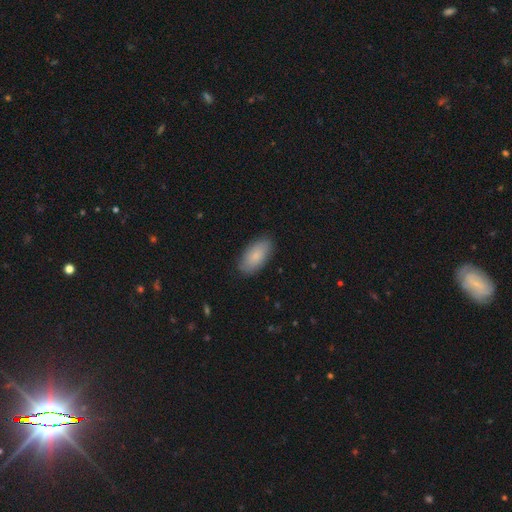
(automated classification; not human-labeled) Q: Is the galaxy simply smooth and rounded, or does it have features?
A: smooth — 84%.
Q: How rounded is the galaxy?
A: in between — 93%.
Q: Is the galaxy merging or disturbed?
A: none — 86%.